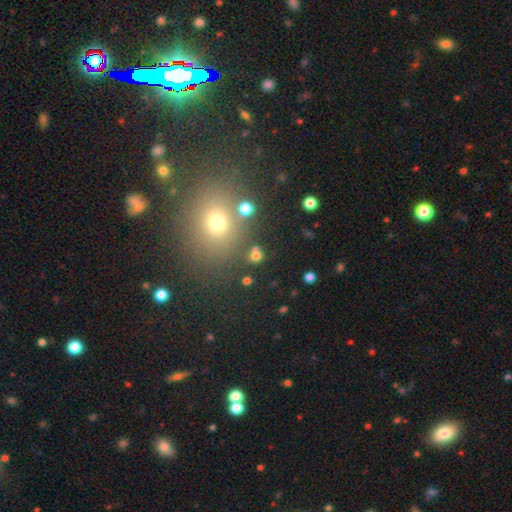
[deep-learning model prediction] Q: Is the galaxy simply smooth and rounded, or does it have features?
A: smooth — 70%.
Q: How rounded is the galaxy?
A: round — 79%.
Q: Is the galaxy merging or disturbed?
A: none — 73%.